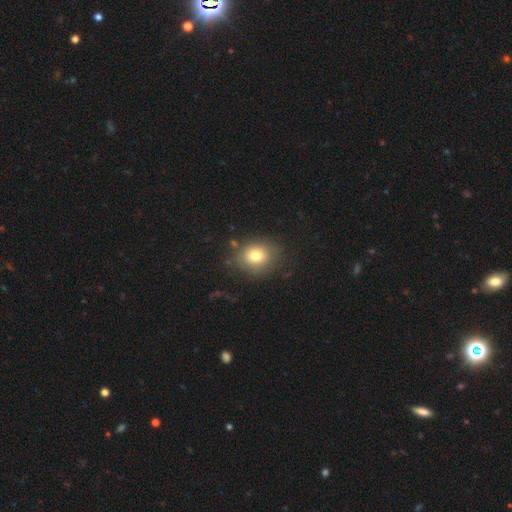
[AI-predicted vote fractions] Overall: smooth (78%). How rounded: round (63%; in between 36%). Merging: none (79%).